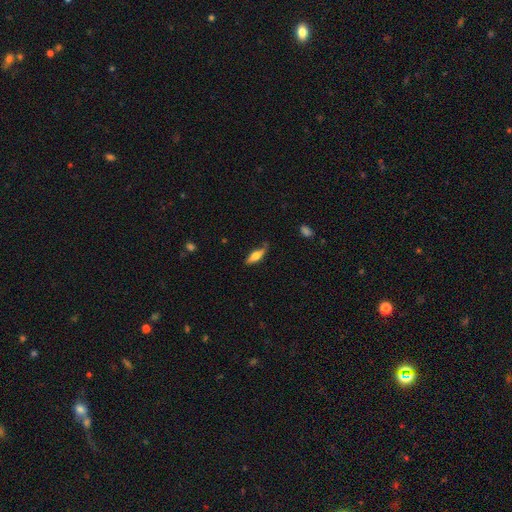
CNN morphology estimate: Overall: smooth (52%; featured or disk 42%). How rounded: in between (49%; cigar-shaped 48%). Merging: none (70%).